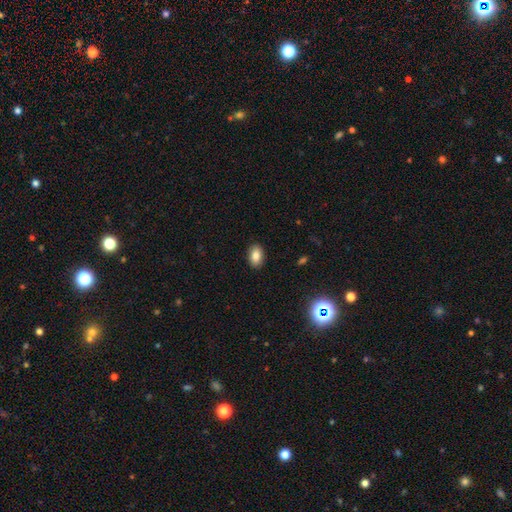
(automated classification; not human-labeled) Smooth or featured?
  - smooth: 84% *
  - star or artifact: 9%
  - featured or disk: 7%
How rounded?
  - in between: 89% *
  - round: 10%
  - cigar-shaped: 1%
Merging?
  - none: 90% *
  - minor disturbance: 7%
  - major disturbance: 2%
  - merger: 1%